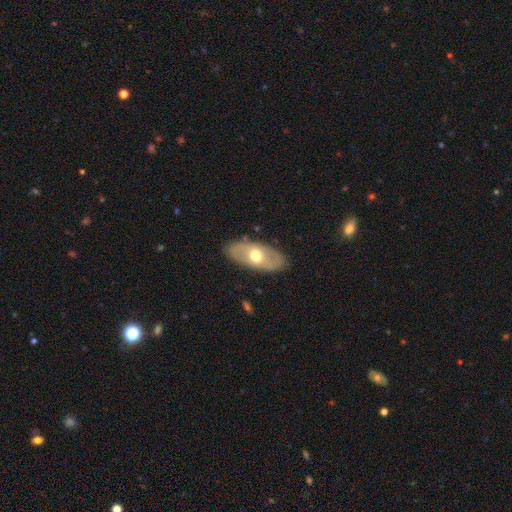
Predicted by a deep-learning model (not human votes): Smooth or featured? featured or disk (48%)
Merging? none (85%)